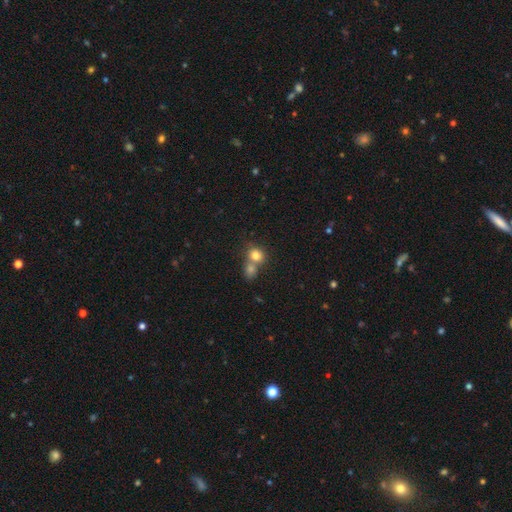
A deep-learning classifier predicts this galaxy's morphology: smooth 78%, star or artifact 12%, featured or disk 10%. Down the decision tree: how rounded — round (73%); merging — merger (55%).